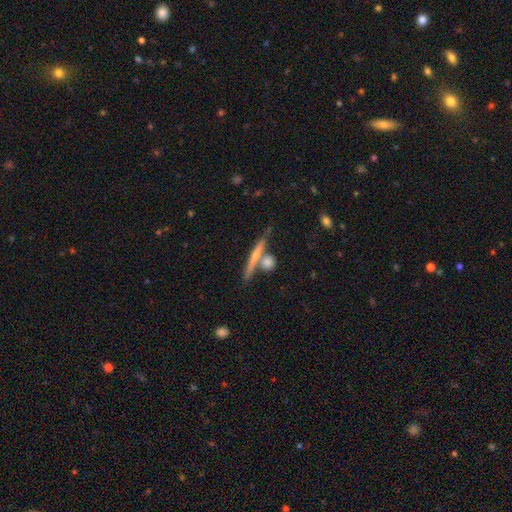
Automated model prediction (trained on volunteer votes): Smooth or featured? Predicted: featured or disk (p=0.53). Edge-on disk? Predicted: yes (p=0.92). Merging? Predicted: none (p=0.63).